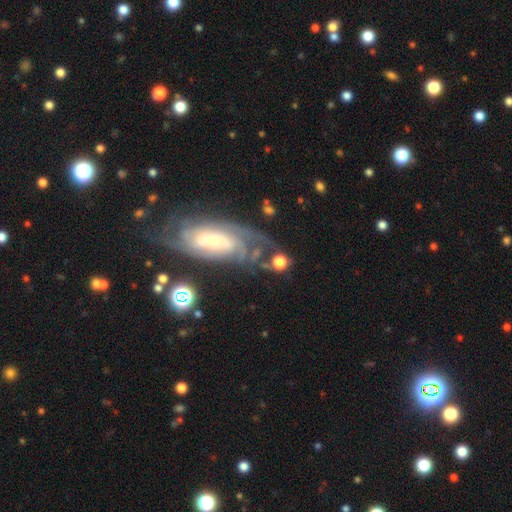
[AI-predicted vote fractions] Smooth or featured?
  - featured or disk: 80% *
  - smooth: 12%
  - star or artifact: 8%
Edge-on disk?
  - no: 90% *
  - yes: 10%
Bar?
  - no: 52% *
  - weak: 35%
  - strong: 13%
Spiral arms?
  - yes: 94% *
  - no: 6%
Spiral winding?
  - tight: 65% *
  - medium: 28%
  - loose: 7%
Spiral arm count?
  - can't tell: 44% *
  - 2: 21%
  - 3: 13%
  - 4: 10%
  - more than 4: 6%
  - 1: 5%
Bulge size?
  - small: 53% *
  - moderate: 32%
  - large: 7%
  - none: 6%
  - dominant: 2%
Merging?
  - none: 68% *
  - minor disturbance: 17%
  - major disturbance: 10%
  - merger: 4%